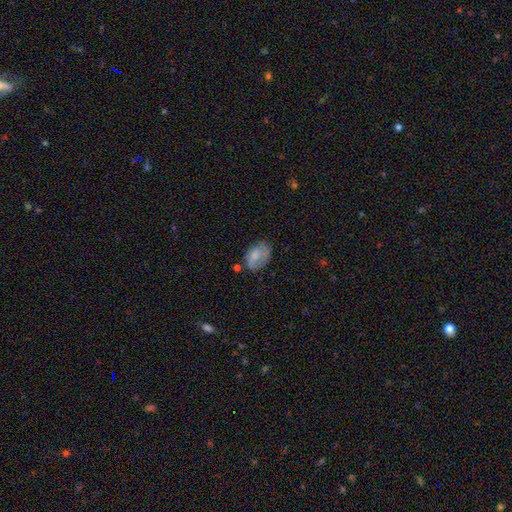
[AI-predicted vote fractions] This is likely a smooth galaxy (67%). How rounded: clearly in between (84%). Merging: possibly none (52%).